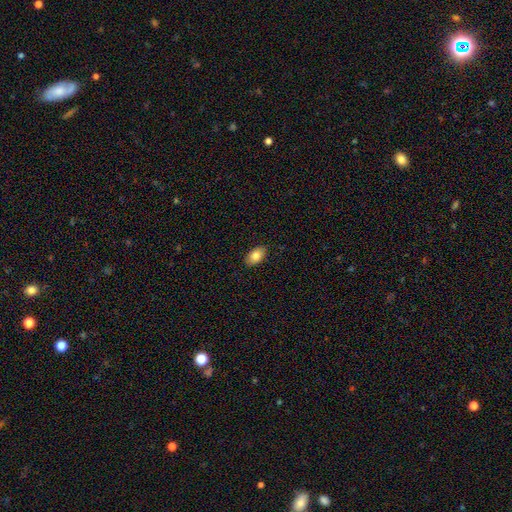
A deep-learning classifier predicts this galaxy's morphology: type=smooth (83%); roundness=in between (92%); merging=none (88%).